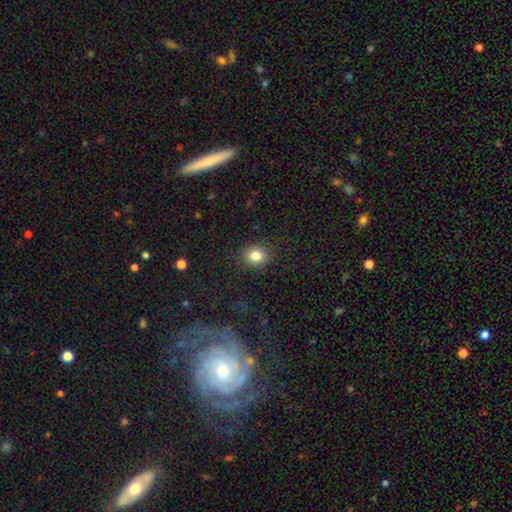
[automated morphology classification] This appears to be a smooth galaxy with no disk features (83%) that is round (68%). Merging: none (88%).